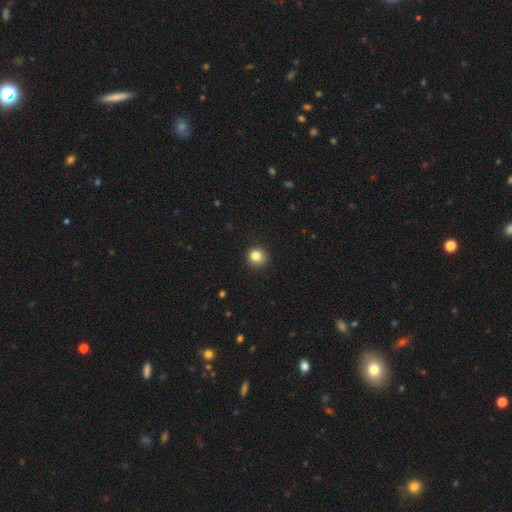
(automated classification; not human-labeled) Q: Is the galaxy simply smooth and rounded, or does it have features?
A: smooth — 84%.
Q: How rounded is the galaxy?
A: round — 92%.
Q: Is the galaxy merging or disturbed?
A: none — 91%.